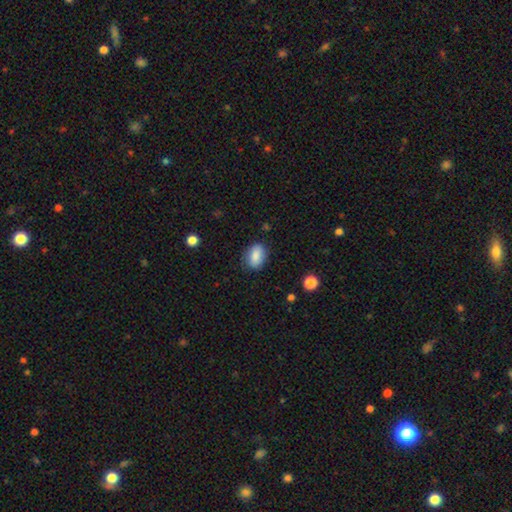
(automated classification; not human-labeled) Overall: smooth (81%). How rounded: in between (80%). Merging: none (79%).